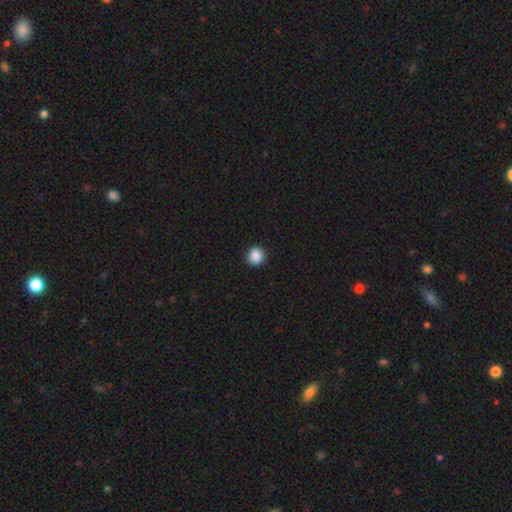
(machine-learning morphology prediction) smooth-or-featured: smooth: 89% | star or artifact: 9% | featured or disk: 3%
  how-rounded: round: 92% | in between: 7% | cigar-shaped: 1%
  merging: none: 93% | minor disturbance: 5% | major disturbance: 2% | merger: 1%